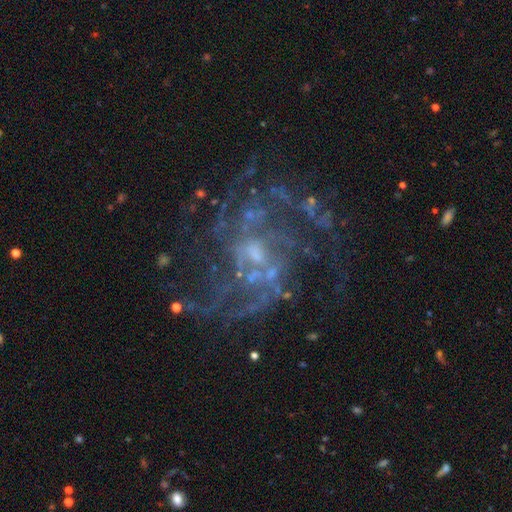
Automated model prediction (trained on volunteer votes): The model was most divided on "spiral arm count": can't tell: 30%, 3: 18%, 2: 16%, 4: 16%, more than 4: 12%, 1: 8%. Remaining: edge-on disk — no (98%); spiral arms — yes (92%); smooth or featured — featured or disk (85%); merging — none (64%); bar — no (57%); bulge size — small (57%); spiral winding — medium (45%).